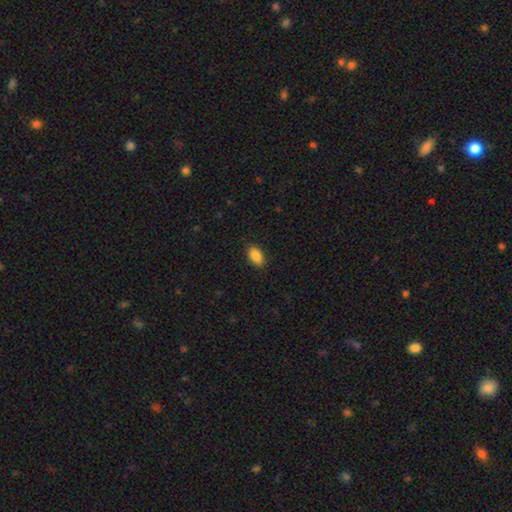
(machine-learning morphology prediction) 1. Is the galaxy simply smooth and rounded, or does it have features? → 88% smooth, 8% star or artifact, 4% featured or disk.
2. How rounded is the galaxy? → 92% in between, 6% round, 2% cigar-shaped.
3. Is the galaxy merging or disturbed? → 88% none, 9% minor disturbance, 2% major disturbance, 1% merger.